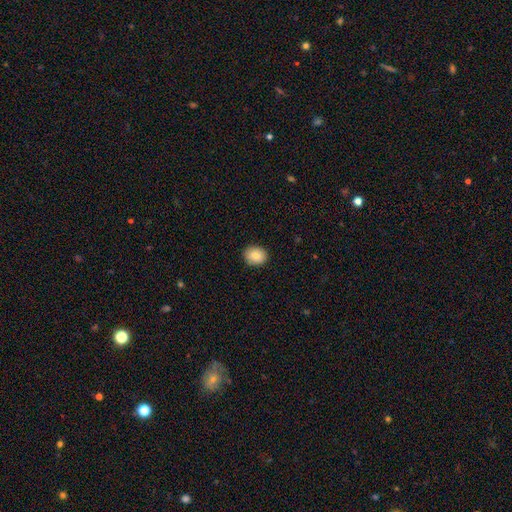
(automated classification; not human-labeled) A smooth galaxy with no disk features (87%) that is round (50%).

Vote fractions:
- Smooth or featured? smooth: 87% / star or artifact: 8% / featured or disk: 5%
- How rounded? round: 50% / in between: 49% / cigar-shaped: 1%
- Merging? none: 89% / minor disturbance: 8% / major disturbance: 2% / merger: 1%